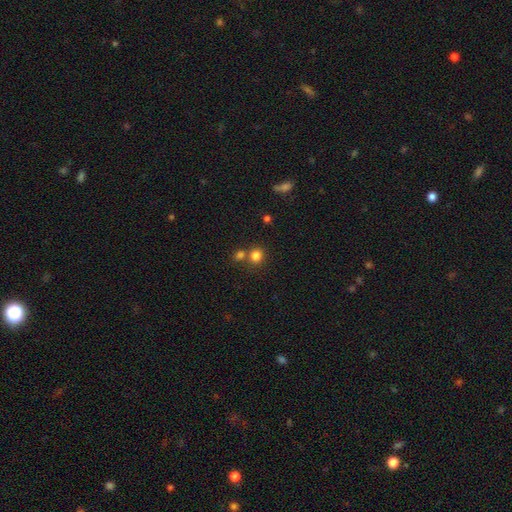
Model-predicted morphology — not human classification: A smooth galaxy with no disk features (80%) that is round (85%).

Vote fractions:
- Smooth or featured? smooth: 80% / star or artifact: 14% / featured or disk: 6%
- How rounded? round: 85% / in between: 14% / cigar-shaped: 1%
- Merging? none: 61% / merger: 28% / minor disturbance: 7% / major disturbance: 3%